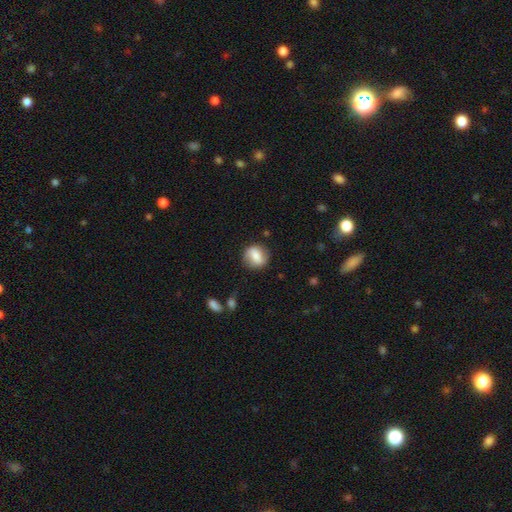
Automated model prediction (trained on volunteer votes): This is likely a smooth galaxy (70%). How rounded: likely round (63%). Merging: likely none (80%).